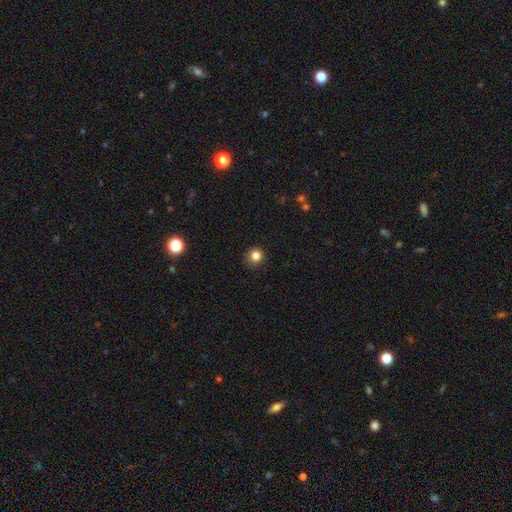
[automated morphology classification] A smooth galaxy with no disk features (83%) that is round (90%).

Vote fractions:
- Smooth or featured? smooth: 83% / star or artifact: 12% / featured or disk: 5%
- How rounded? round: 90% / in between: 9% / cigar-shaped: 1%
- Merging? none: 88% / minor disturbance: 9% / major disturbance: 2% / merger: 1%